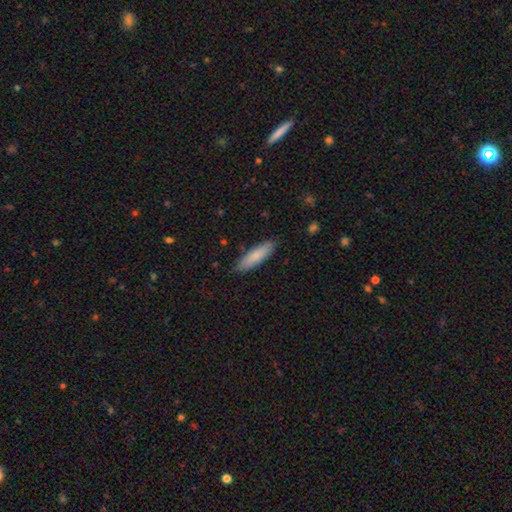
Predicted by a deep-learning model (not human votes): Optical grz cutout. It shows a smooth galaxy with no disk features (82%) that is cigar-shaped (67%). Merging: none (86%).